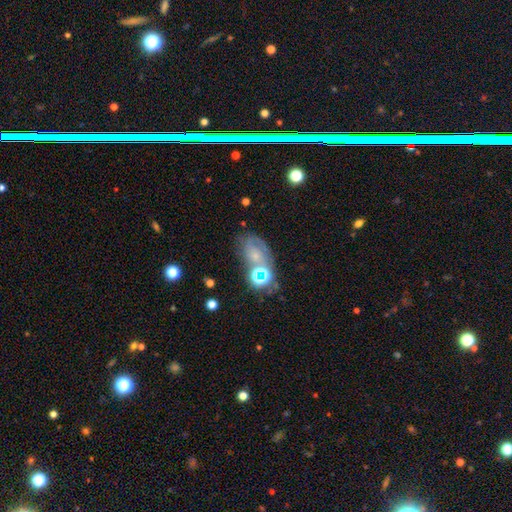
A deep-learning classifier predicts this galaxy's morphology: Smooth or featured? featured or disk (38%, tied with smooth)
Merging? none (45%)